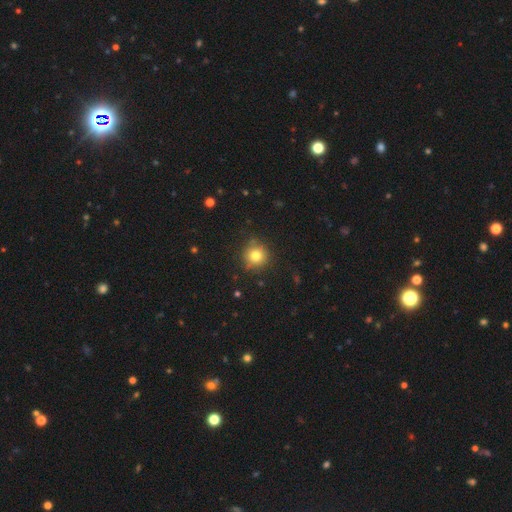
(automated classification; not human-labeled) smooth-or-featured: smooth: 79% | star or artifact: 13% | featured or disk: 9%
  how-rounded: round: 93% | in between: 6% | cigar-shaped: 1%
  merging: none: 84% | minor disturbance: 12% | major disturbance: 3% | merger: 2%